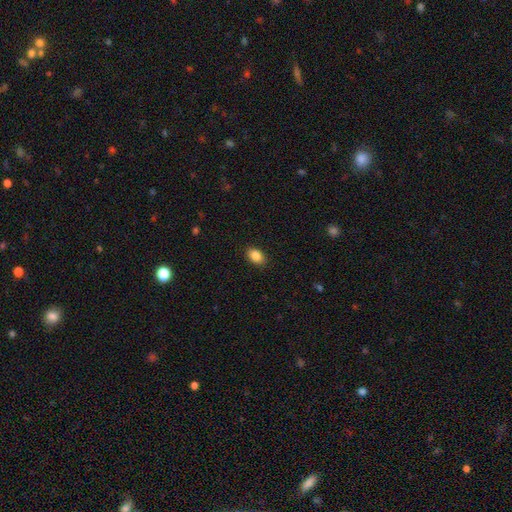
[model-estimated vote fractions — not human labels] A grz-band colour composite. It shows a smooth galaxy with no disk features (87%) that is in between round and cigar-shaped (85%). Merging: none (88%).